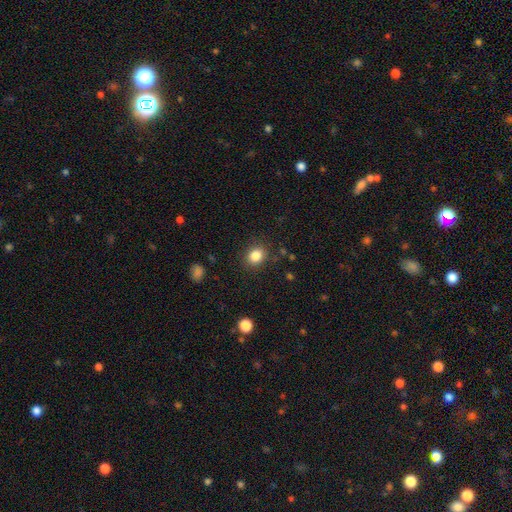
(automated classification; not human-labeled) Smooth or featured?
  - smooth: 84% *
  - star or artifact: 10%
  - featured or disk: 5%
How rounded?
  - round: 60% *
  - in between: 39%
  - cigar-shaped: 1%
Merging?
  - none: 86% *
  - minor disturbance: 9%
  - major disturbance: 3%
  - merger: 2%